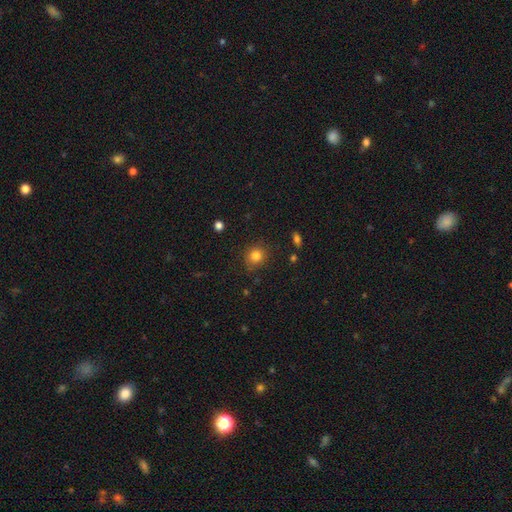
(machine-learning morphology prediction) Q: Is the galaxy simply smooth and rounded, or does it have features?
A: smooth — 82%.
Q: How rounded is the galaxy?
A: round — 83%.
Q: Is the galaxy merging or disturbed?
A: none — 85%.